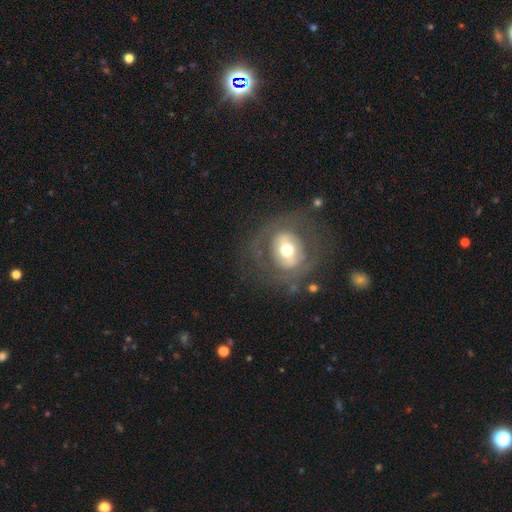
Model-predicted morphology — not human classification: Q: Smooth or featured?
A: featured or disk (47%); runner-up: smooth (33%)
Q: Merging?
A: none (75%); runner-up: minor disturbance (13%)